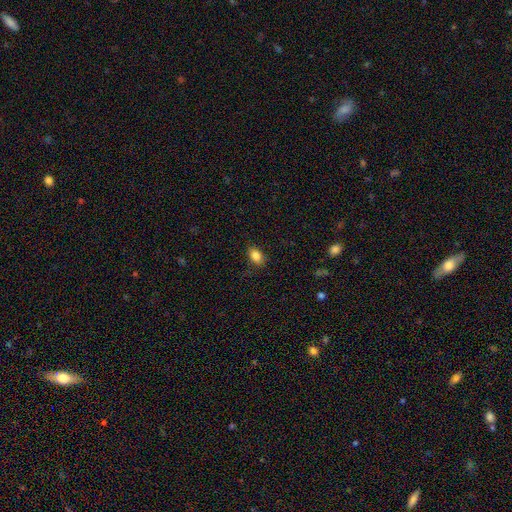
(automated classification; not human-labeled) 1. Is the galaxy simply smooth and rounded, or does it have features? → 86% smooth, 10% star or artifact, 5% featured or disk.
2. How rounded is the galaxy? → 80% in between, 19% round, 1% cigar-shaped.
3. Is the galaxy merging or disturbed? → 84% none, 12% minor disturbance, 3% major disturbance, 1% merger.